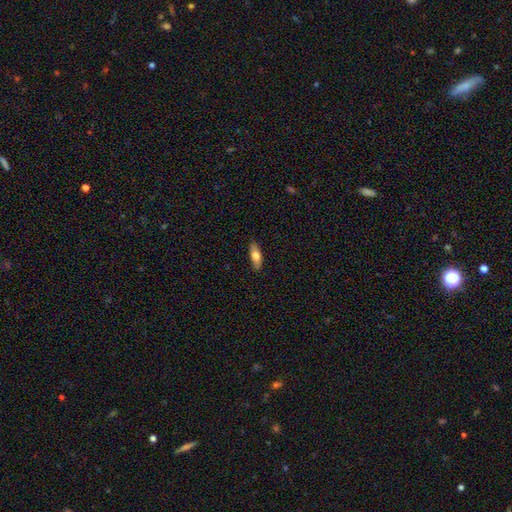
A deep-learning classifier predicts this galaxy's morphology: Q: Smooth or featured?
A: smooth (74%); runner-up: featured or disk (20%)
Q: How rounded?
A: in between (66%); runner-up: cigar-shaped (32%)
Q: Merging?
A: none (86%); runner-up: minor disturbance (11%)